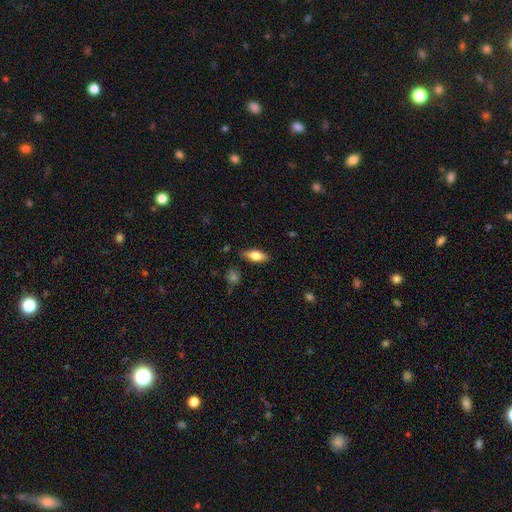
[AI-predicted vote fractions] smooth 70%, featured or disk 23%, star or artifact 7%. Down the decision tree: how rounded — in between (78%); merging — none (84%).